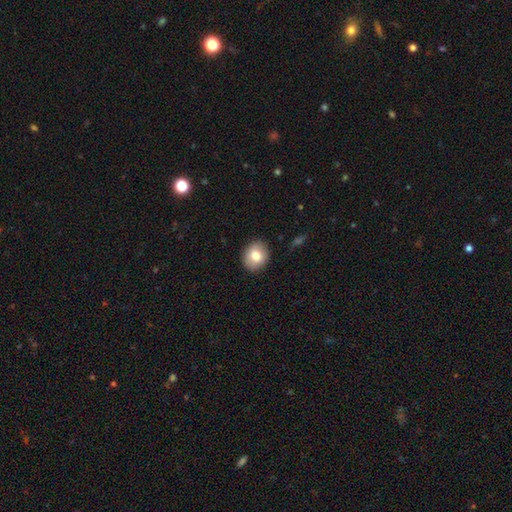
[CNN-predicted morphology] A smooth galaxy with no disk features (79%) that is round (66%).

Vote fractions:
- Smooth or featured? smooth: 79% / featured or disk: 12% / star or artifact: 8%
- How rounded? round: 66% / in between: 33% / cigar-shaped: 1%
- Merging? none: 89% / minor disturbance: 8% / major disturbance: 2% / merger: 1%